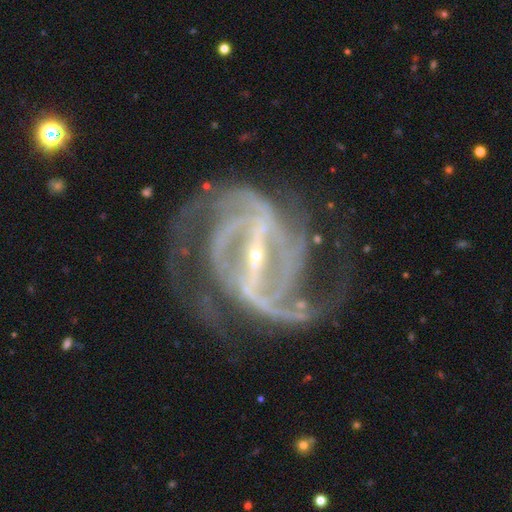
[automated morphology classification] Smooth or featured? featured or disk (93%)
Edge-on disk? no (97%)
Bar? strong (86%)
Spiral arms? yes (98%)
Spiral winding? medium (51%)
Spiral arm count? 2 (45%)
Bulge size? small (83%)
Merging? none (62%)